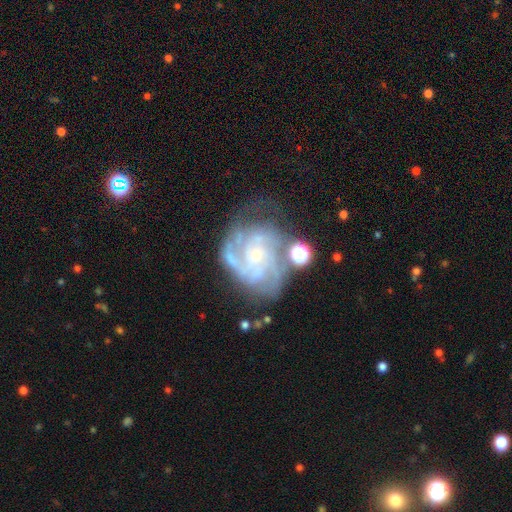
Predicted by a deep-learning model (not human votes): Smooth or featured: featured or disk — 87% (star or artifact — 7%)
Edge-on disk: no — 98% (yes — 2%)
Bar: no — 71% (weak — 23%)
Spiral arms: yes — 96% (no — 4%)
Spiral winding: tight — 56% (medium — 37%)
Spiral arm count: 3 — 30% (4 — 22%)
Bulge size: small — 81% (moderate — 13%)
Merging: none — 58% (minor disturbance — 22%)